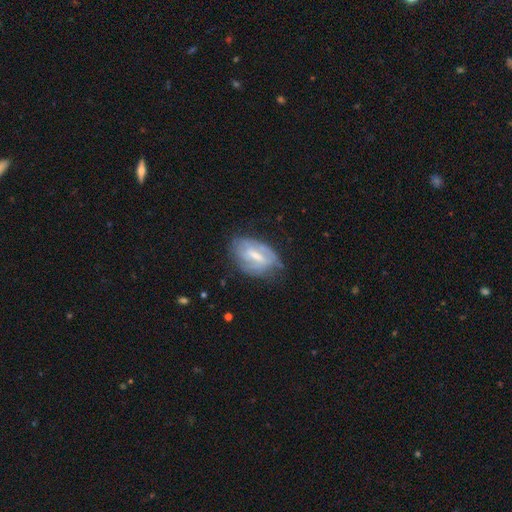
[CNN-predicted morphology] A featured or disk galaxy (63%) with a weak bar (47%), spiral arms (60%) and a moderate central bulge (42%). Merging: none (55%).